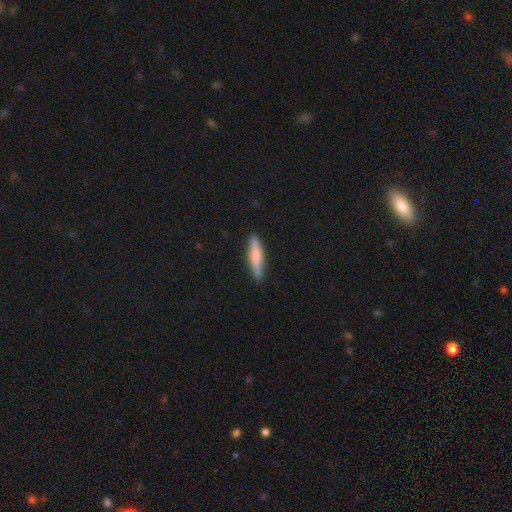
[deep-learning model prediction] Smooth or featured? Predicted: smooth (p=0.74). How rounded? Predicted: cigar-shaped (p=0.81). Merging? Predicted: none (p=0.85).